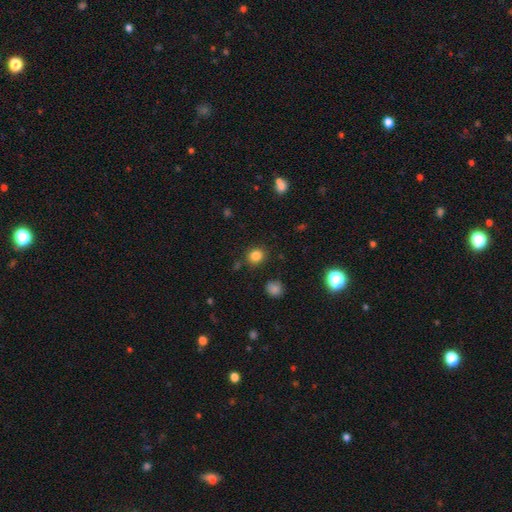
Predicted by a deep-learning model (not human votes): Morphology: type=smooth (83%); roundness=round (82%); merging=none (86%).